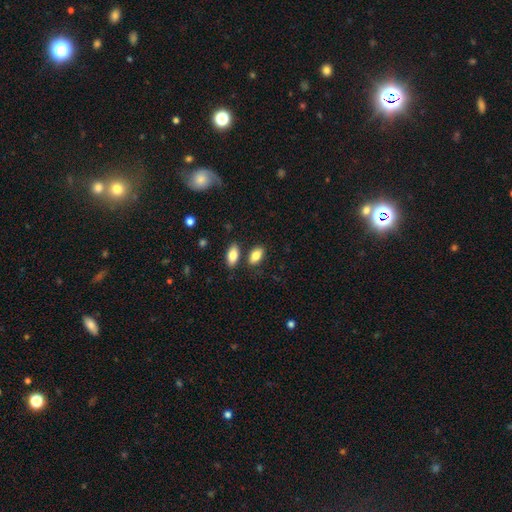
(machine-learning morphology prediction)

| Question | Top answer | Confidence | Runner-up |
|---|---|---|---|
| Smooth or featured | smooth | 84% | featured or disk (9%) |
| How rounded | in between | 90% | round (5%) |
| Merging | none | 73% | merger (12%) |